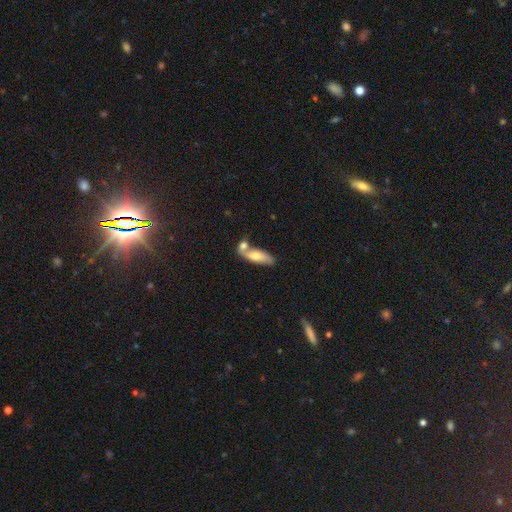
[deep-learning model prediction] Morphology: type=smooth (67%); roundness=in between (67%); merging=merger (47%).